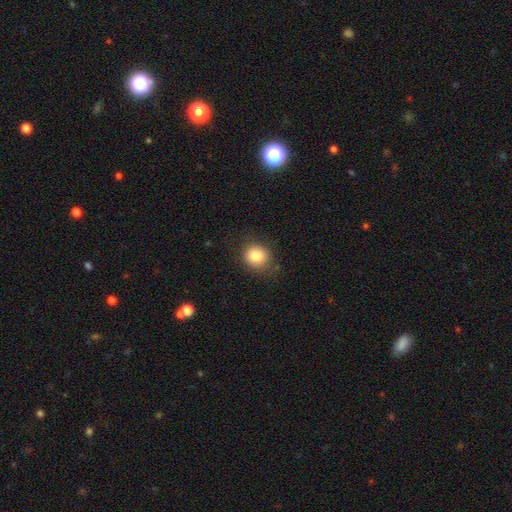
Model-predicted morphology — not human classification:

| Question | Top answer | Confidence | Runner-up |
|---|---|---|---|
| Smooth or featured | smooth | 84% | star or artifact (10%) |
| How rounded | round | 78% | in between (21%) |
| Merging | none | 81% | minor disturbance (14%) |